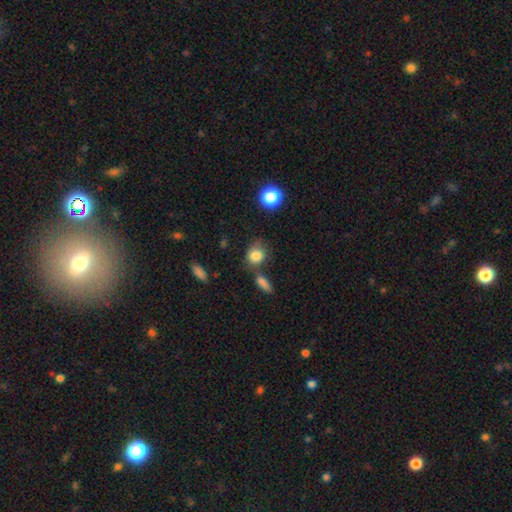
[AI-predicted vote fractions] This is clearly a smooth galaxy (82%). How rounded: likely round (65%). Merging: possibly none (54%).